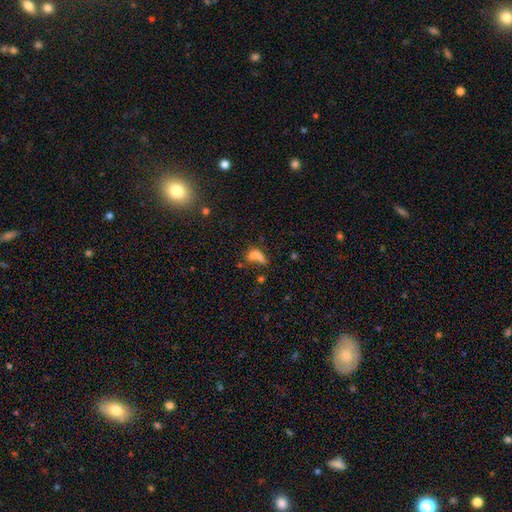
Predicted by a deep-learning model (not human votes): smooth 65%, featured or disk 18%, star or artifact 17%. Down the decision tree: how rounded — in between (64%); merging — merger (45%).